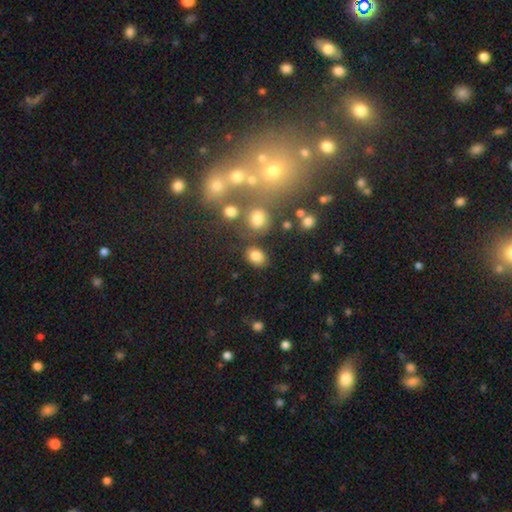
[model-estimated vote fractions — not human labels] Smooth or featured: smooth — 80% (star or artifact — 12%)
How rounded: in between — 63% (round — 36%)
Merging: none — 77% (minor disturbance — 12%)